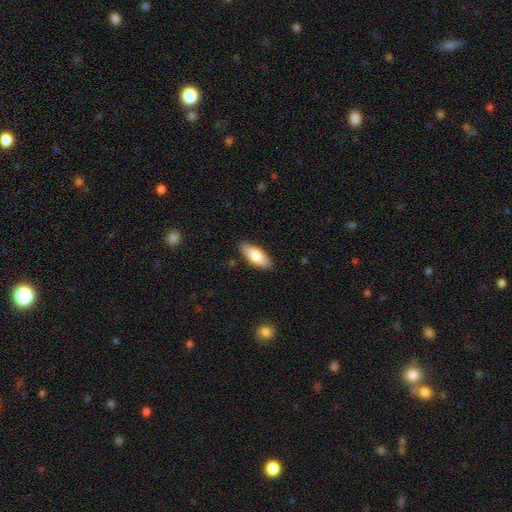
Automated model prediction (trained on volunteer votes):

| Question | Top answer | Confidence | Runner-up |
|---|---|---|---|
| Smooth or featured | smooth | 79% | featured or disk (15%) |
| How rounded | in between | 79% | cigar-shaped (19%) |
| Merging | none | 85% | minor disturbance (11%) |